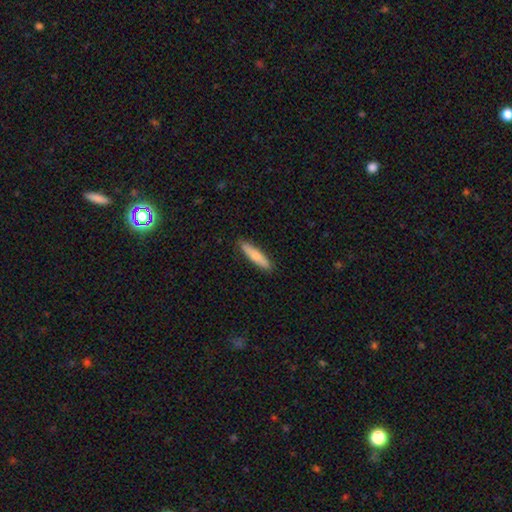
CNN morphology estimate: smooth-or-featured: smooth: 73% | featured or disk: 21% | star or artifact: 5%
  how-rounded: cigar-shaped: 80% | in between: 18% | round: 1%
  merging: none: 89% | minor disturbance: 8% | major disturbance: 2% | merger: 1%